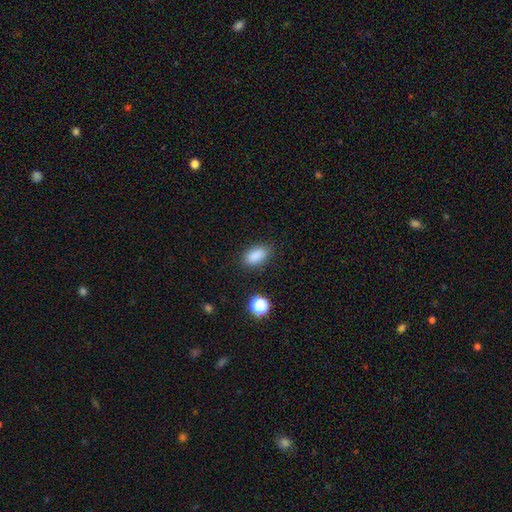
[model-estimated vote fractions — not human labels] Overall: smooth (86%). How rounded: in between (90%). Merging: none (85%).